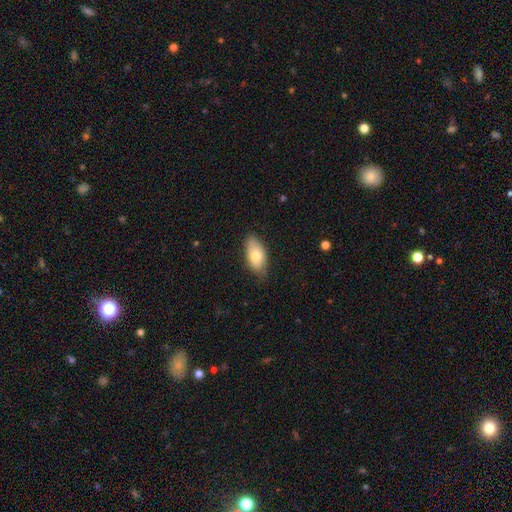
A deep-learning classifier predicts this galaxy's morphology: Smooth or featured? Predicted: smooth (p=0.77). How rounded? Predicted: in between (p=0.91). Merging? Predicted: none (p=0.78).